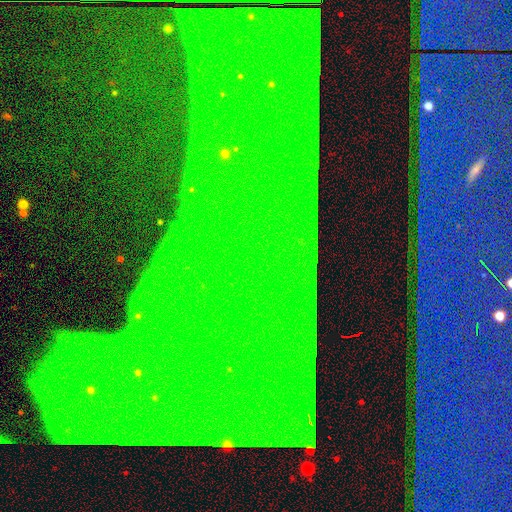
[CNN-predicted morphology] This appears to be a star or artifact, not a galaxy (87%).